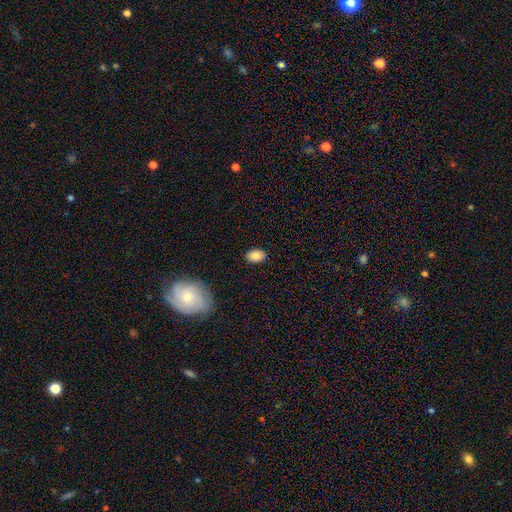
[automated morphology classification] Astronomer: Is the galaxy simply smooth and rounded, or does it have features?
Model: smooth — 86%.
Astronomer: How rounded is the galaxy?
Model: in between — 86%.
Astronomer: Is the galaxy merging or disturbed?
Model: none — 86%.